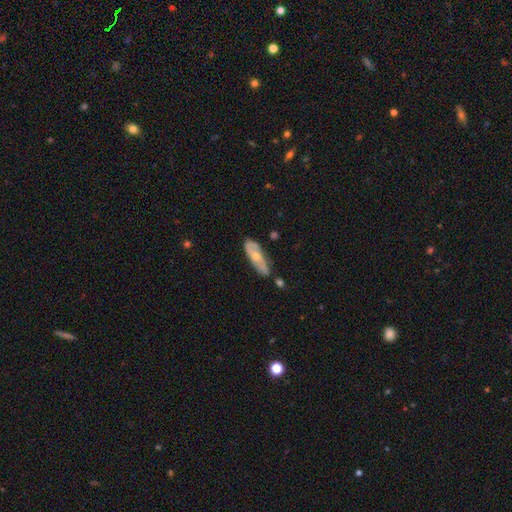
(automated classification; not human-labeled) The model was most divided on "smooth or featured": featured or disk: 54%, smooth: 41%, star or artifact: 6%. More confident: edge-on disk — no (78%); merging — none (69%).